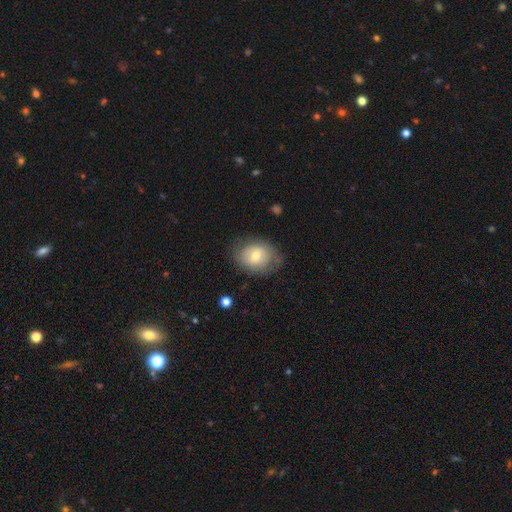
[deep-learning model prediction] Smooth or featured?
  - smooth: 66% *
  - featured or disk: 27%
  - star or artifact: 8%
How rounded?
  - in between: 56% *
  - round: 43%
  - cigar-shaped: 1%
Merging?
  - none: 72% *
  - minor disturbance: 19%
  - major disturbance: 7%
  - merger: 2%